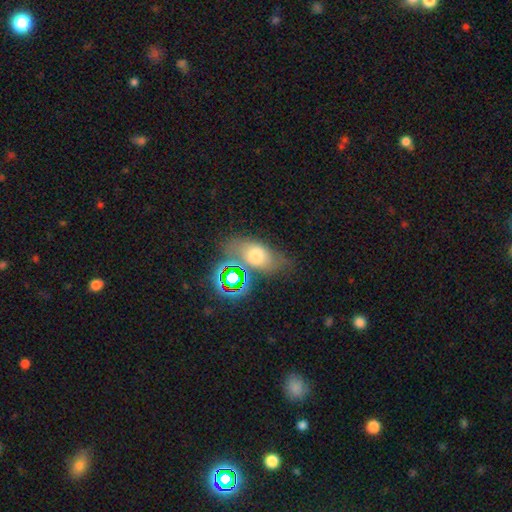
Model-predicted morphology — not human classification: smooth-or-featured: smooth: 58% | star or artifact: 22% | featured or disk: 20%
  how-rounded: in between: 76% | round: 19% | cigar-shaped: 5%
  merging: none: 62% | minor disturbance: 19% | merger: 10% | major disturbance: 8%